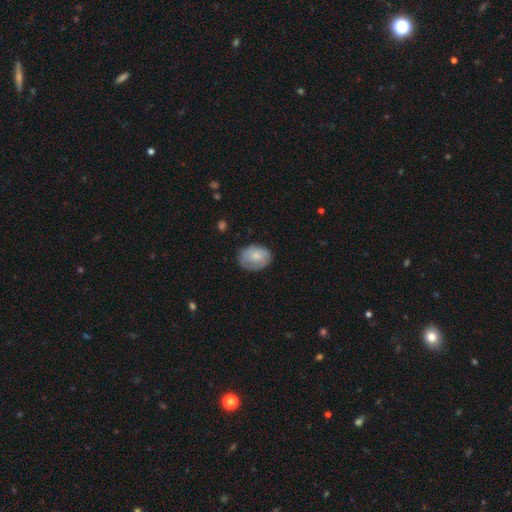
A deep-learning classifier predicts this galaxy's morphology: smooth 69%, featured or disk 24%, star or artifact 7%. Down the decision tree: how rounded — in between (65%); merging — none (66%).